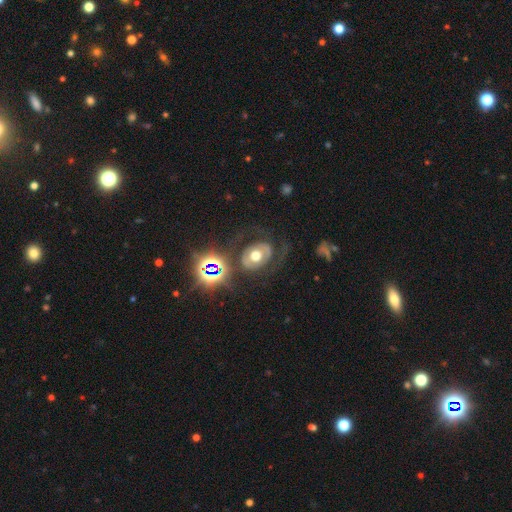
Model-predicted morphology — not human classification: smooth-or-featured: featured or disk: 50% | smooth: 35% | star or artifact: 16%
  merging: none: 66% | major disturbance: 16% | minor disturbance: 14% | merger: 4%